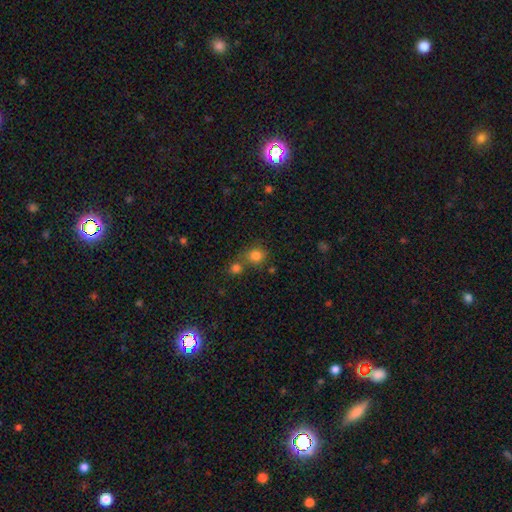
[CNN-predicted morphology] Smooth or featured? smooth (80%)
How rounded? round (80%)
Merging? none (56%)